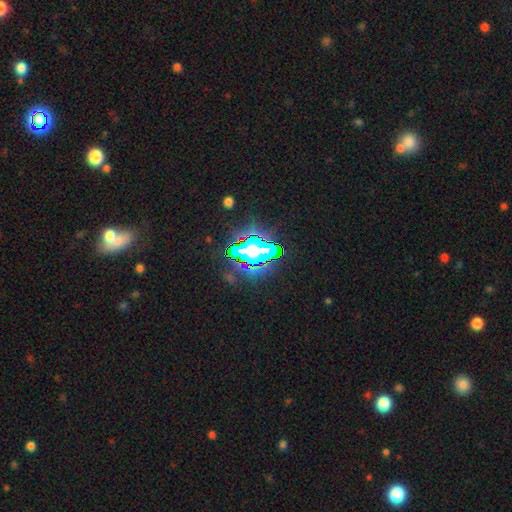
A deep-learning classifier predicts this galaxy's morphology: This is likely a star or artifact rather than a galaxy (74%).